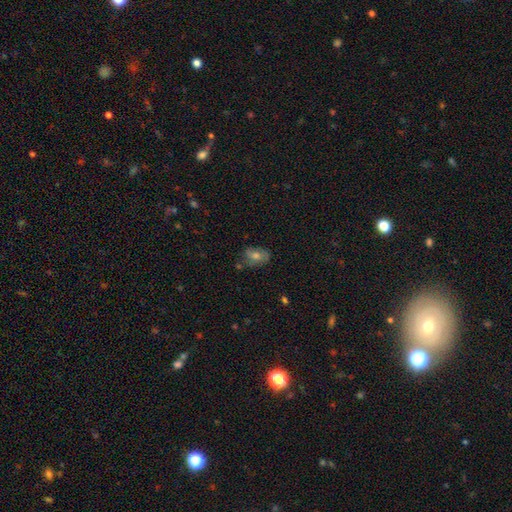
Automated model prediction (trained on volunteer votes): This appears to be a smooth galaxy with no disk features (50%) that is in between round and cigar-shaped (77%). Merging: none (65%).